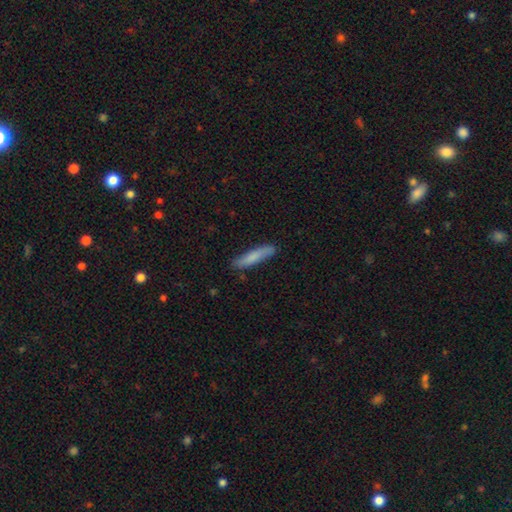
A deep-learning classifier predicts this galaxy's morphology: type=smooth (79%); roundness=cigar-shaped (86%); merging=none (82%).